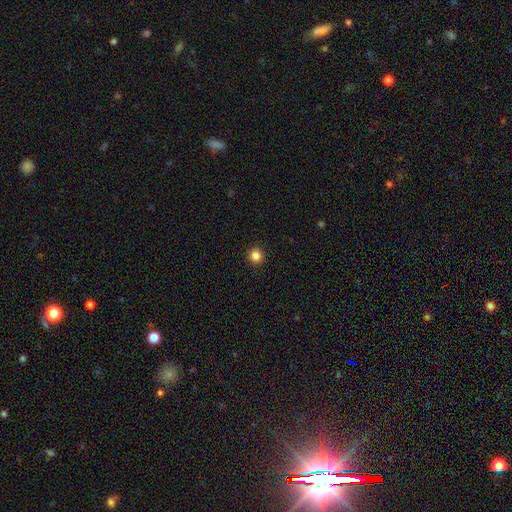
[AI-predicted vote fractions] A smooth galaxy with no disk features (84%) that is round (94%). Merging: none (93%).